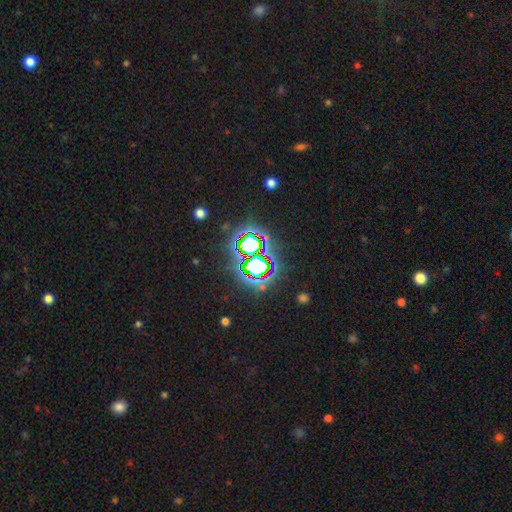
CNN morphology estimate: A star or artifact, not a galaxy (79%).

Vote fractions:
- Smooth or featured? star or artifact: 79% / smooth: 12% / featured or disk: 9%